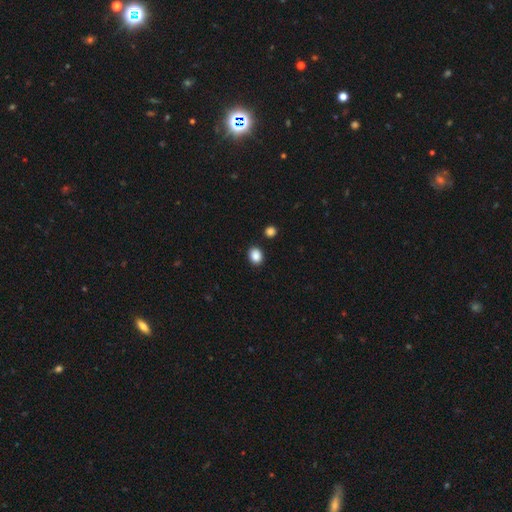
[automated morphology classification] smooth 88%, star or artifact 9%, featured or disk 3%. Down the decision tree: how rounded — in between (50%); merging — none (86%).